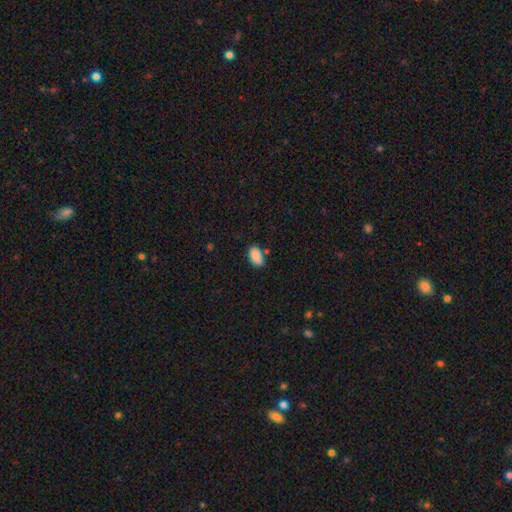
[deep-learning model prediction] smooth 88%, star or artifact 8%, featured or disk 4%. Down the decision tree: how rounded — in between (93%); merging — none (73%).